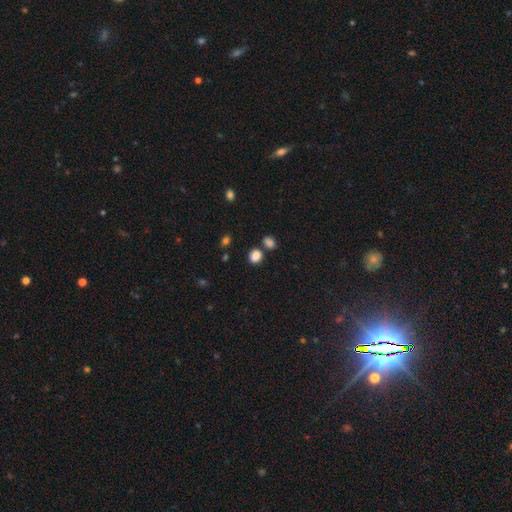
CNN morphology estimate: smooth-or-featured: smooth: 83% | star or artifact: 13% | featured or disk: 4%
  how-rounded: round: 63% | in between: 36% | cigar-shaped: 1%
  merging: none: 68% | merger: 17% | minor disturbance: 11% | major disturbance: 4%